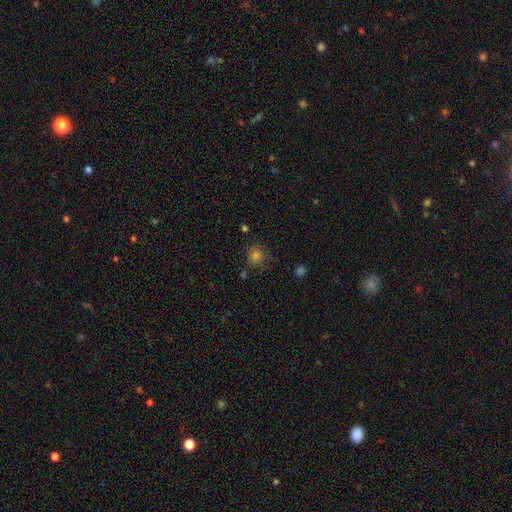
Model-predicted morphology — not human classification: Smooth or featured?
  - smooth: 73% *
  - star or artifact: 21%
  - featured or disk: 6%
How rounded?
  - round: 89% *
  - in between: 10%
  - cigar-shaped: 1%
Merging?
  - none: 79% *
  - minor disturbance: 13%
  - major disturbance: 4%
  - merger: 4%